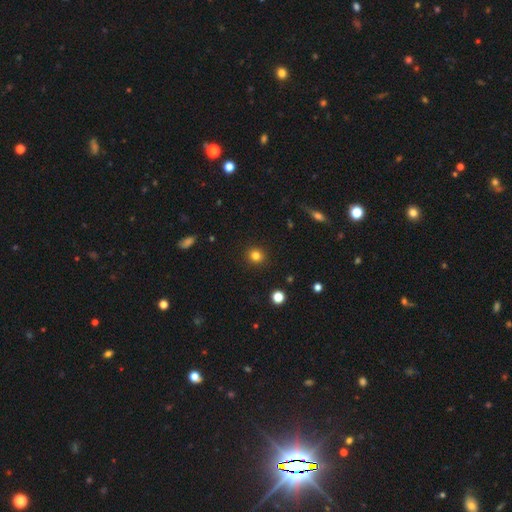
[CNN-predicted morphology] smooth-or-featured: smooth: 82% | star or artifact: 13% | featured or disk: 5%
  how-rounded: round: 87% | in between: 12% | cigar-shaped: 1%
  merging: none: 91% | minor disturbance: 6% | major disturbance: 2% | merger: 1%